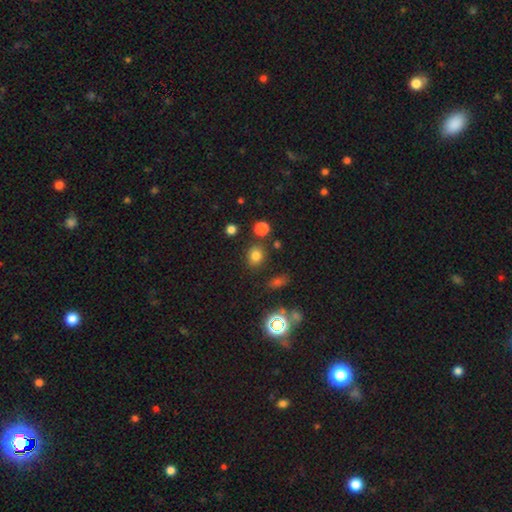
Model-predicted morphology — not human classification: Smooth or featured? Predicted: smooth (p=0.77). How rounded? Predicted: round (p=0.71). Merging? Predicted: none (p=0.80).